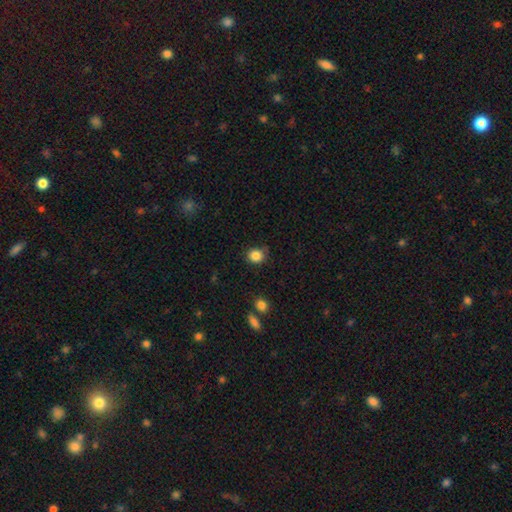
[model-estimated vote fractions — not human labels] Smooth or featured? Predicted: smooth (p=0.85). How rounded? Predicted: round (p=0.78). Merging? Predicted: none (p=0.79).